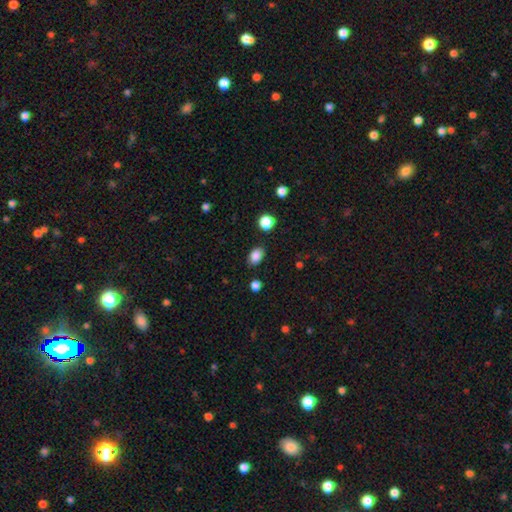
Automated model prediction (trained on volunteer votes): A smooth galaxy with no disk features (86%) that is in between round and cigar-shaped (81%).

Vote fractions:
- Smooth or featured? smooth: 86% / star or artifact: 9% / featured or disk: 4%
- How rounded? in between: 81% / round: 18% / cigar-shaped: 1%
- Merging? none: 86% / minor disturbance: 10% / major disturbance: 3% / merger: 2%